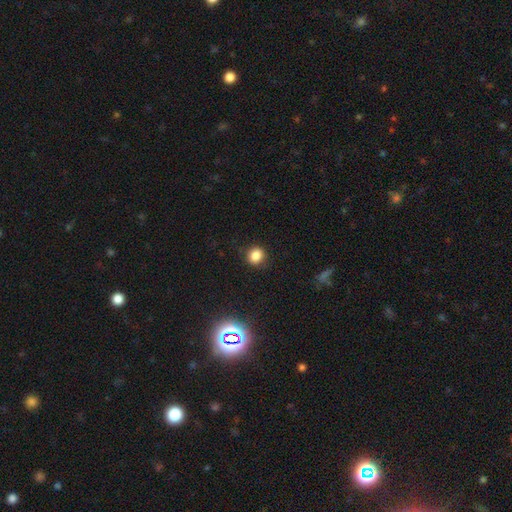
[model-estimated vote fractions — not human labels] This appears to be a smooth galaxy with no disk features (83%) that is round (80%). Merging: none (87%).